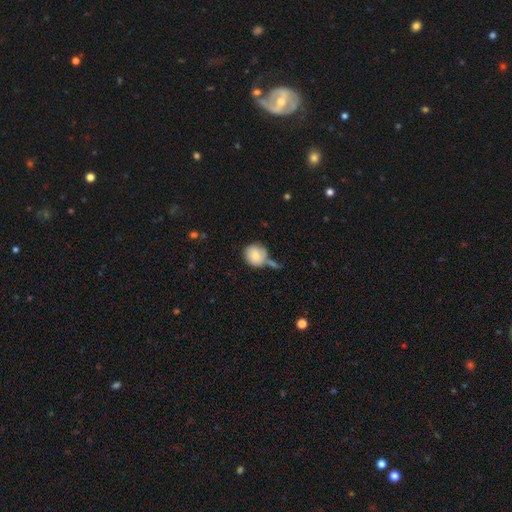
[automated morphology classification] smooth 77%, featured or disk 15%, star or artifact 8%. Down the decision tree: how rounded — round (90%); merging — none (56%).